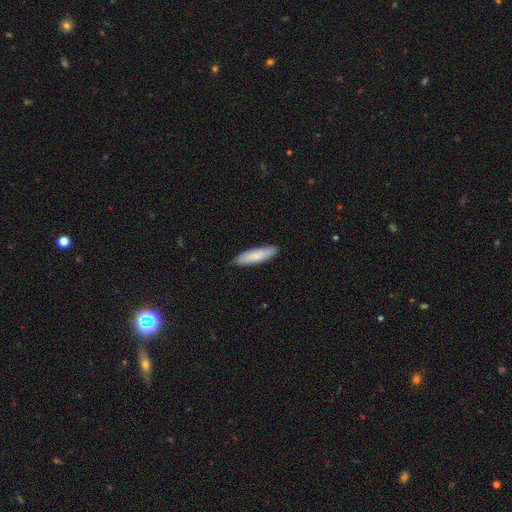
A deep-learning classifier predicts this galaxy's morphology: The model was most divided on "how rounded": cigar-shaped: 64%, in between: 34%, round: 1%. More confident: merging — none (84%); smooth or featured — smooth (76%).